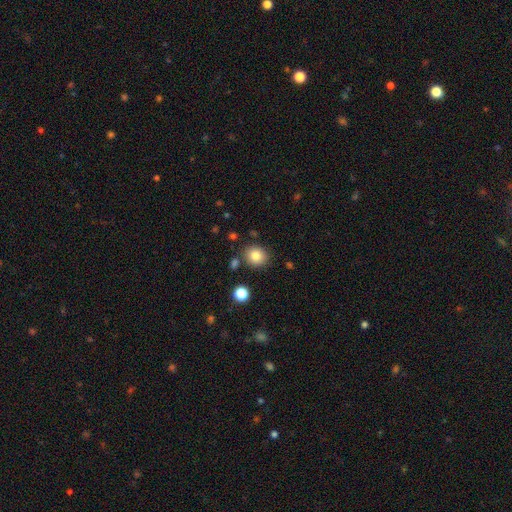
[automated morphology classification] smooth 82%, star or artifact 11%, featured or disk 7%. Down the decision tree: how rounded — round (75%); merging — none (83%).